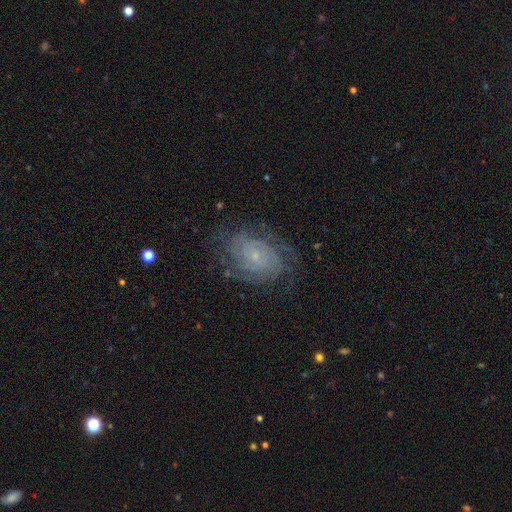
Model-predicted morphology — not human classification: smooth_or_featured: featured or disk (p=0.82) [alt: smooth p=0.10]
disk_edge_on: no (p=0.97) [alt: yes p=0.03]
bar: no (p=0.75) [alt: weak p=0.20]
has_spiral_arms: yes (p=0.95) [alt: no p=0.05]
spiral_winding: tight (p=0.72) [alt: medium p=0.23]
spiral_arm_count: can't tell (p=0.34) [alt: 2 p=0.27]
bulge_size: small (p=0.80) [alt: moderate p=0.14]
merging: none (p=0.75) [alt: minor disturbance p=0.16]